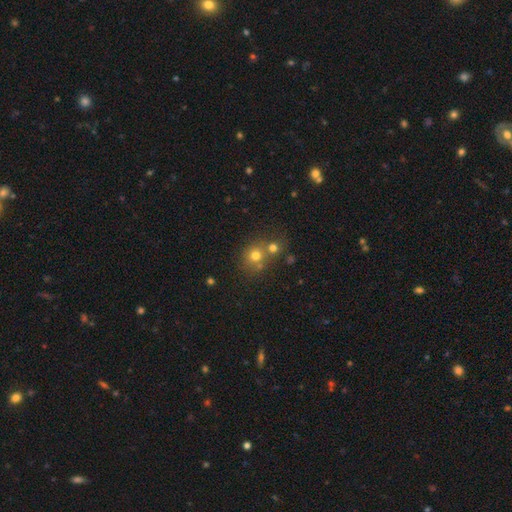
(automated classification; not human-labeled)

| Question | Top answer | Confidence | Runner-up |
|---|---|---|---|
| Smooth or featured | smooth | 70% | star or artifact (19%) |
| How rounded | round | 84% | in between (15%) |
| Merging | none | 54% | merger (34%) |